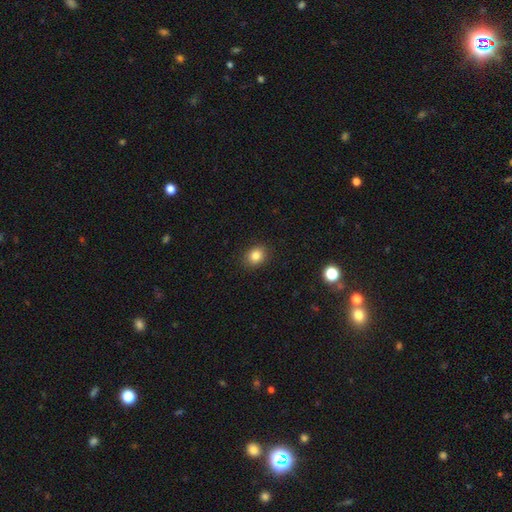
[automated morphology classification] This is clearly a smooth galaxy (83%). How rounded: possibly round (58%). Merging: clearly none (89%).